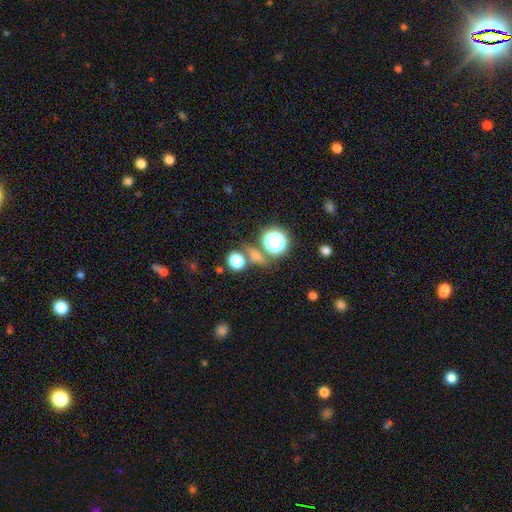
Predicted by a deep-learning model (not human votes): Smooth or featured? smooth (56%)
How rounded? round (76%)
Merging? none (66%)